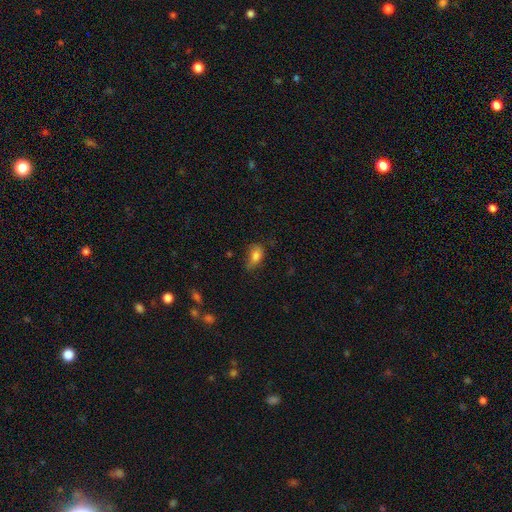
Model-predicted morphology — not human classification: smooth-or-featured: smooth: 80% | featured or disk: 10% | star or artifact: 10%
  how-rounded: in between: 84% | round: 10% | cigar-shaped: 5%
  merging: none: 47% | minor disturbance: 35% | major disturbance: 15% | merger: 3%